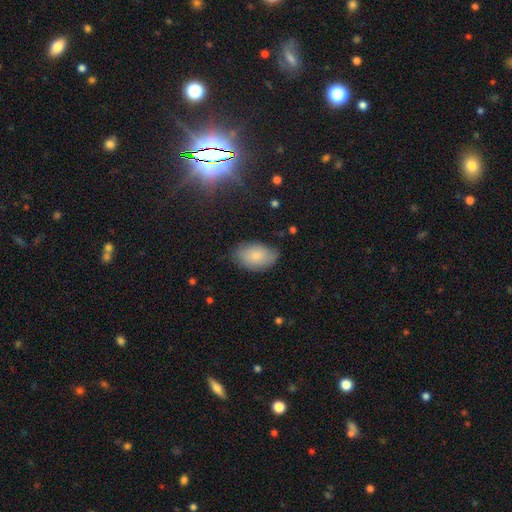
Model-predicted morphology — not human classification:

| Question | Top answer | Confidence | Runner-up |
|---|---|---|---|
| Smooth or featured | smooth | 79% | featured or disk (13%) |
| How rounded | in between | 91% | round (8%) |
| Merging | none | 75% | minor disturbance (20%) |